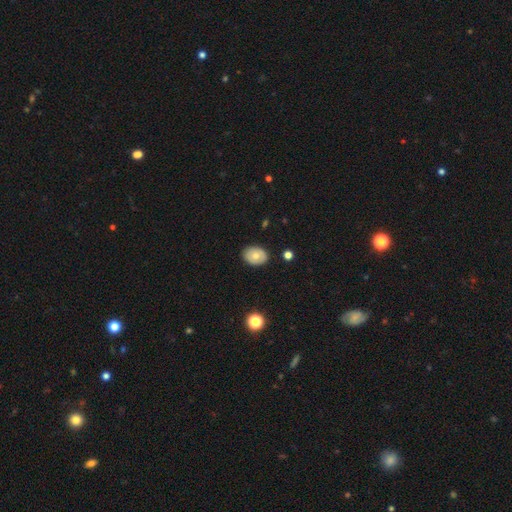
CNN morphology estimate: This is likely a smooth galaxy (62%). How rounded: likely in between (70%). Merging: clearly none (86%).